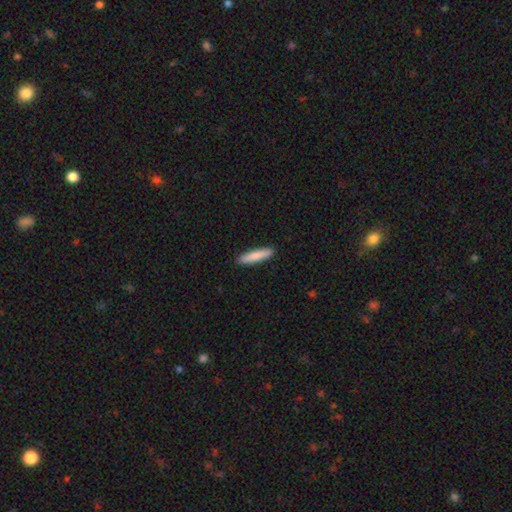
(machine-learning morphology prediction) A smooth galaxy with no disk features (84%) that is cigar-shaped (88%).

Vote fractions:
- Smooth or featured? smooth: 84% / featured or disk: 10% / star or artifact: 5%
- How rounded? cigar-shaped: 88% / in between: 11% / round: 1%
- Merging? none: 91% / minor disturbance: 6% / major disturbance: 1% / merger: 1%